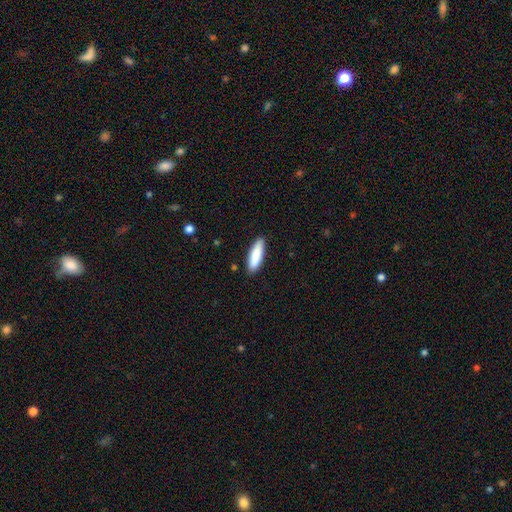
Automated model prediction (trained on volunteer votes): Smooth or featured? Predicted: smooth (p=0.88). How rounded? Predicted: cigar-shaped (p=0.55). Merging? Predicted: none (p=0.88).